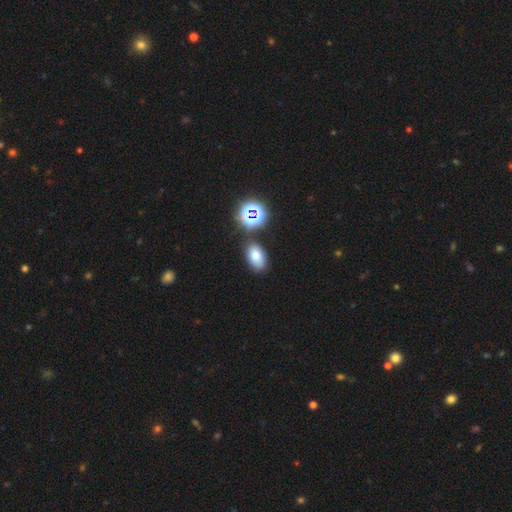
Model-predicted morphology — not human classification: smooth_or_featured: smooth (p=0.75) [alt: star or artifact p=0.18]
how_rounded: in between (p=0.89) [alt: round p=0.10]
merging: none (p=0.80) [alt: minor disturbance p=0.11]